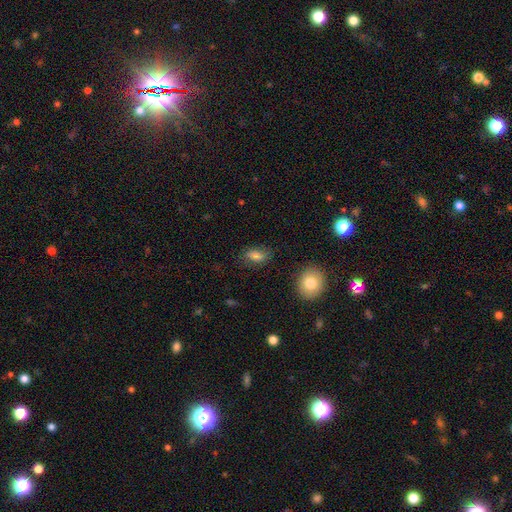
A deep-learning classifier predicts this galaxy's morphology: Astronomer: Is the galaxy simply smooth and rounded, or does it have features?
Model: smooth — 75%.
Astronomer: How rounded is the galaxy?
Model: in between — 84%.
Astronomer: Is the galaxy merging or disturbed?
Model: none — 77%.